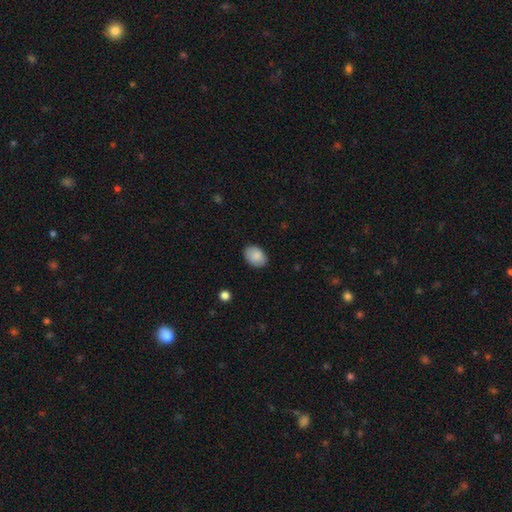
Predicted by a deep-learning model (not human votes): smooth_or_featured: smooth (p=0.88) [alt: star or artifact p=0.07]
how_rounded: in between (p=0.81) [alt: round p=0.18]
merging: none (p=0.87) [alt: minor disturbance p=0.10]